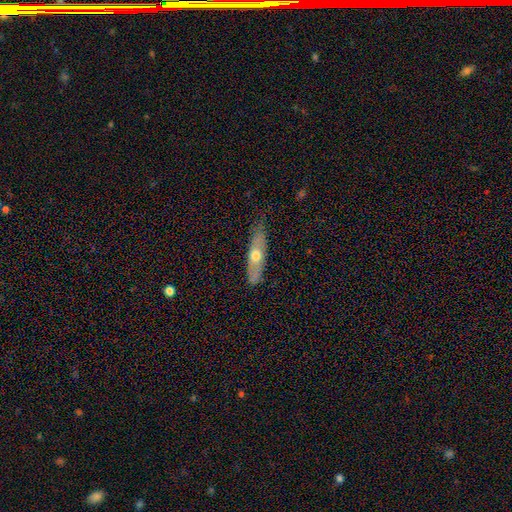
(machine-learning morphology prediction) Smooth or featured: smooth — 50% (featured or disk — 45%)
Merging: none — 78% (minor disturbance — 18%)